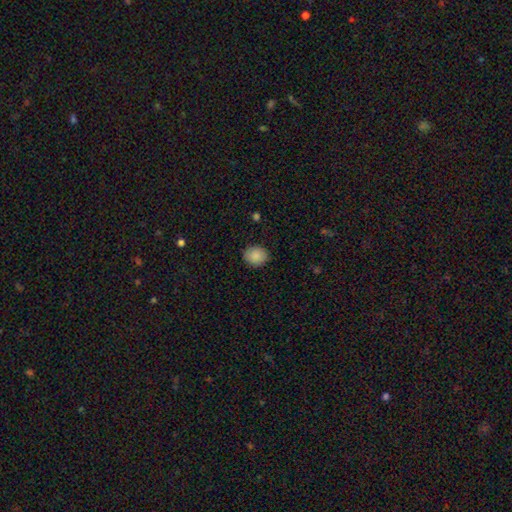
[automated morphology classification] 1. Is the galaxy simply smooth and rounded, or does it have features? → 88% smooth, 8% star or artifact, 4% featured or disk.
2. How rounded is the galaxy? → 65% round, 34% in between, 1% cigar-shaped.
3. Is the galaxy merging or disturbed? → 88% none, 9% minor disturbance, 2% major disturbance, 1% merger.